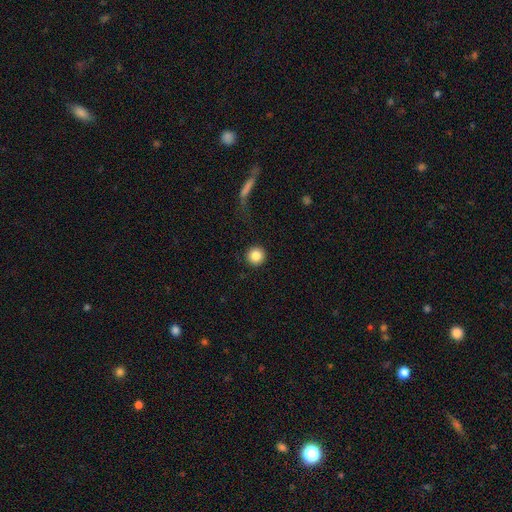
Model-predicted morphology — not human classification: smooth_or_featured: smooth (p=0.85) [alt: star or artifact p=0.09]
how_rounded: round (p=0.96) [alt: in between p=0.03]
merging: none (p=0.90) [alt: minor disturbance p=0.05]